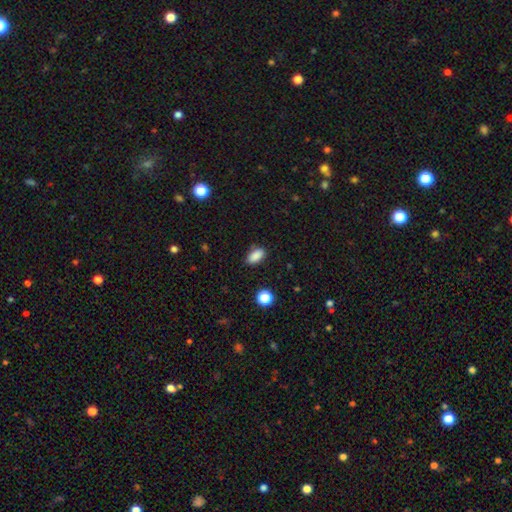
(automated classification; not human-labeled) A smooth galaxy with no disk features (87%) that is in between round and cigar-shaped (90%). Merging: none (82%).